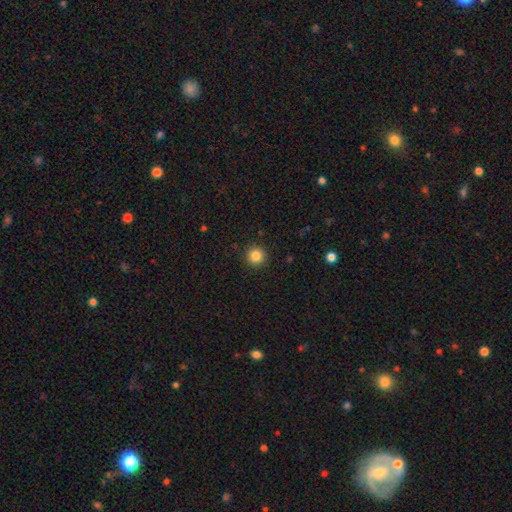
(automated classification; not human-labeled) The model was most divided on "smooth or featured": smooth: 85%, star or artifact: 11%, featured or disk: 4%. More confident: how rounded — round (95%); merging — none (92%).